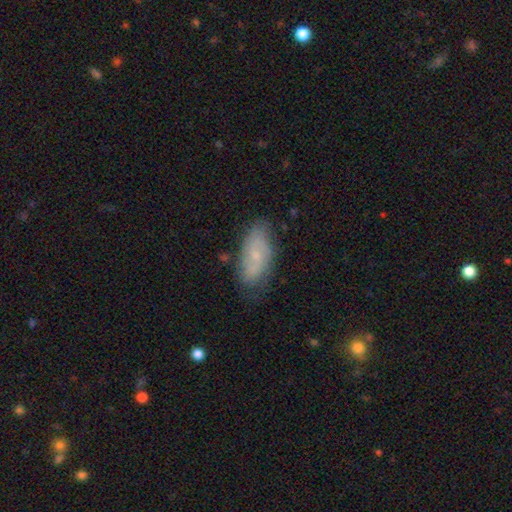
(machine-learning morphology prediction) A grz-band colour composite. It shows a featured or disk galaxy (51%). Merging: none (71%).